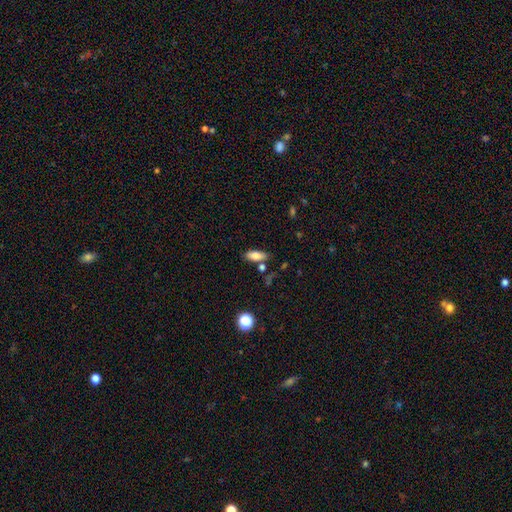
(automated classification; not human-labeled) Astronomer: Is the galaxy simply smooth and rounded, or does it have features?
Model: smooth — 80%.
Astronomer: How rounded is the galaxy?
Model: in between — 80%.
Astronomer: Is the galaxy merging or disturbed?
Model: none — 72%.